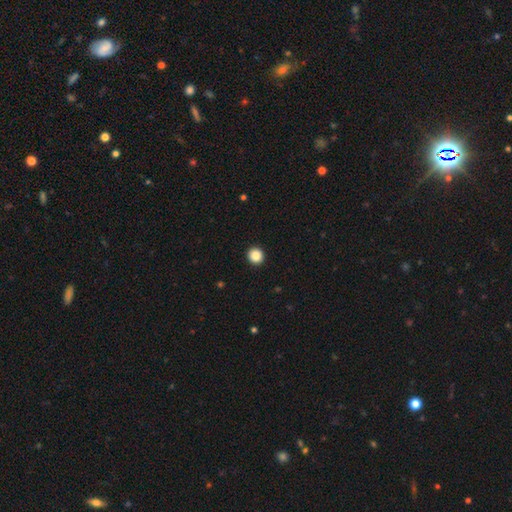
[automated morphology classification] Overall: smooth (88%). How rounded: round (94%). Merging: none (94%).